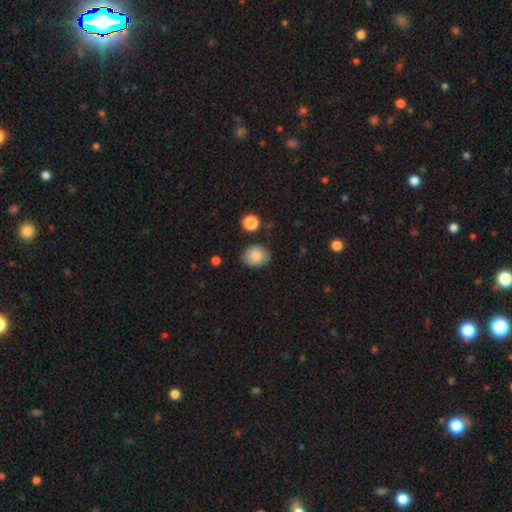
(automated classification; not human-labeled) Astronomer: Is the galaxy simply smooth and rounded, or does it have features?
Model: smooth — 84%.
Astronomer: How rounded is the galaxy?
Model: round — 58% (runner-up: in between, 41%).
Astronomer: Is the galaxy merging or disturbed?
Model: none — 79%.